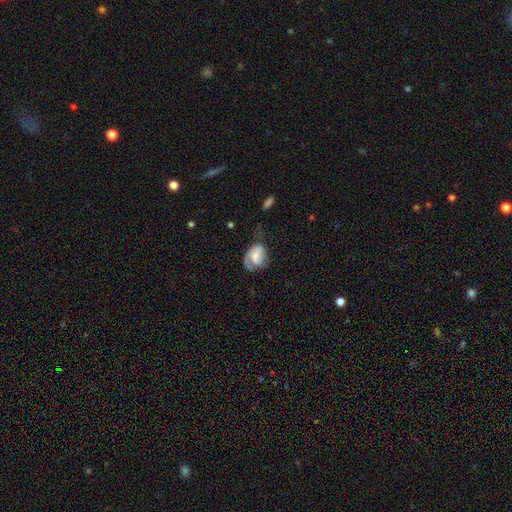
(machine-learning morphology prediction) Overall: featured or disk (54%; smooth 39%). Edge-on disk: no (97%). Bar: no (49%; weak 39%). Spiral arms: yes (79%). Bulge size: small (34%; moderate 30%). Merging: none (38%; major disturbance 30%).